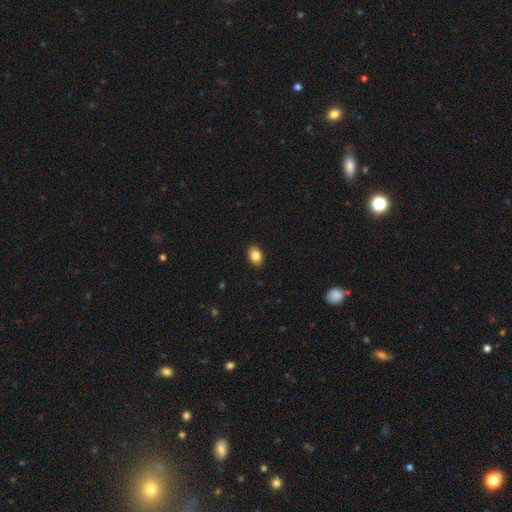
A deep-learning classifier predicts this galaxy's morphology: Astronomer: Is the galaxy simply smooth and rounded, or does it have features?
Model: smooth — 84%.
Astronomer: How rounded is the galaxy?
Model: in between — 76%.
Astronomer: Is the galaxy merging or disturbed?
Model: none — 90%.